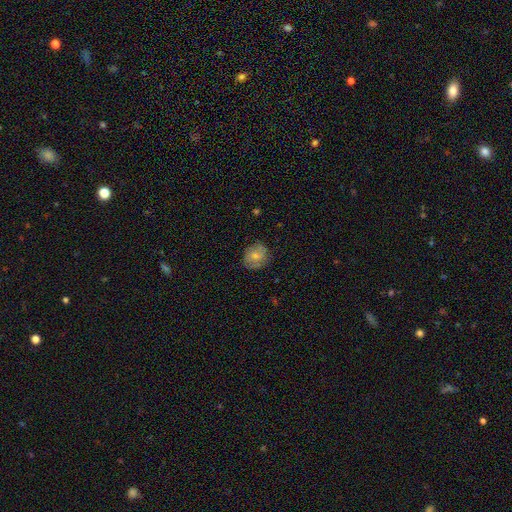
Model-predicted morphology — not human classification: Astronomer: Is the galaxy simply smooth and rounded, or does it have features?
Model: smooth — 69%.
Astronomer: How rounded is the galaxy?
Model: round — 70%.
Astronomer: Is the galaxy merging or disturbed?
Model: none — 77%.